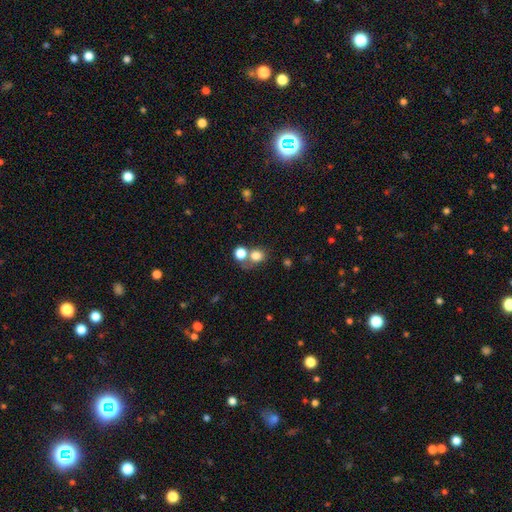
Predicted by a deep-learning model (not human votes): Smooth or featured: smooth — 79% (star or artifact — 13%)
How rounded: round — 77% (in between — 22%)
Merging: none — 52% (merger — 34%)